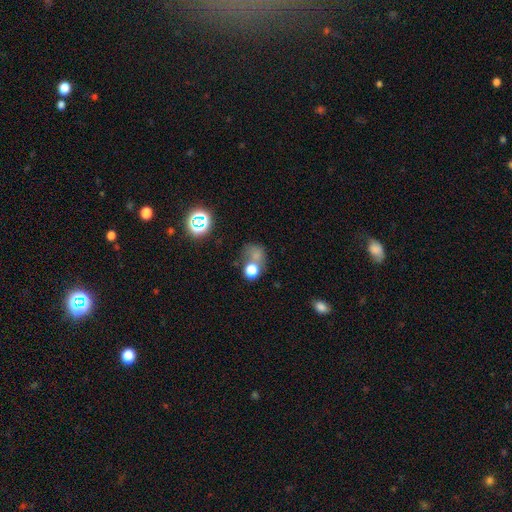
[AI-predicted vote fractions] Overall: smooth (66%). How rounded: round (63%; in between 36%). Merging: none (34%; merger 33%).